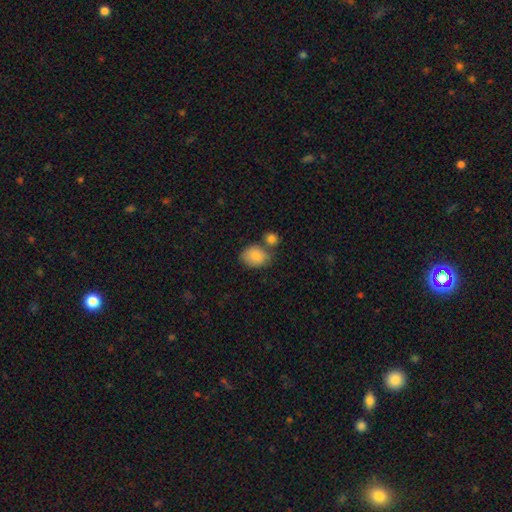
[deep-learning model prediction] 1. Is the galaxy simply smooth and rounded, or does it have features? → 86% smooth, 7% featured or disk, 7% star or artifact.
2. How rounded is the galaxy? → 65% in between, 34% round, 1% cigar-shaped.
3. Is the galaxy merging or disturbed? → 54% none, 24% merger, 17% minor disturbance, 5% major disturbance.